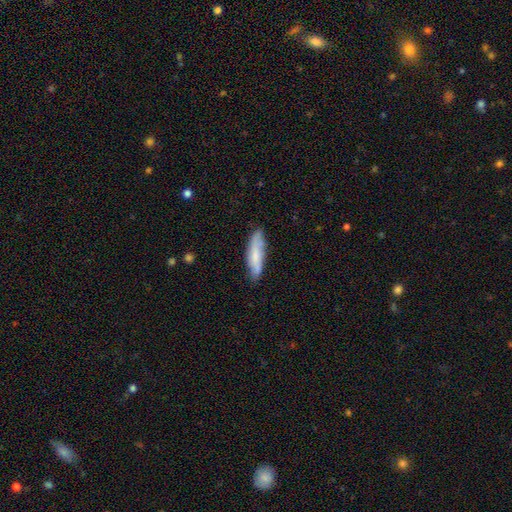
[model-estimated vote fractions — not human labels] This is likely a smooth galaxy (66%). How rounded: likely cigar-shaped (66%). Merging: likely none (76%).